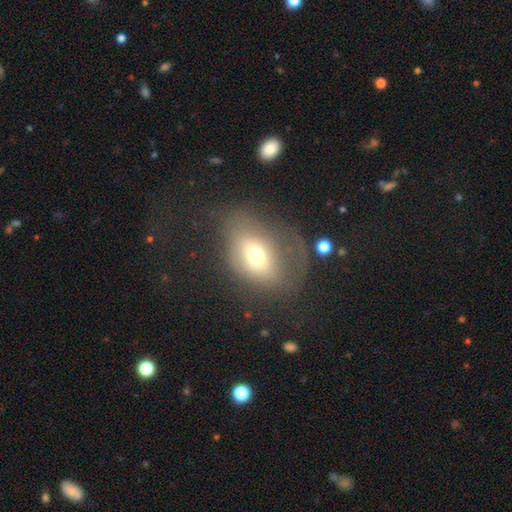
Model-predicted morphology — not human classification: Smooth or featured? Predicted: smooth (p=0.61). How rounded? Predicted: in between (p=0.66). Merging? Predicted: none (p=0.38).